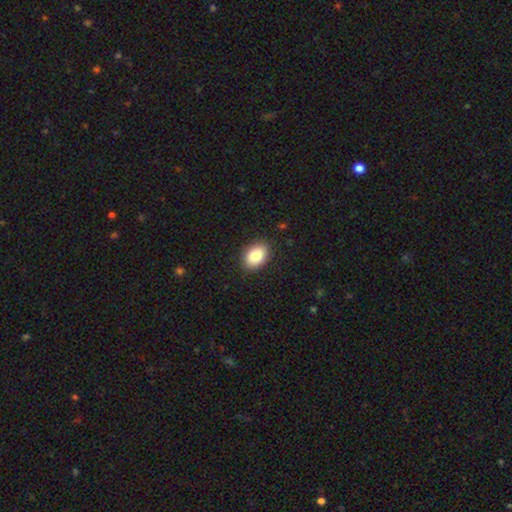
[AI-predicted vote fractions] Smooth or featured? smooth (85%)
How rounded? in between (82%)
Merging? none (89%)